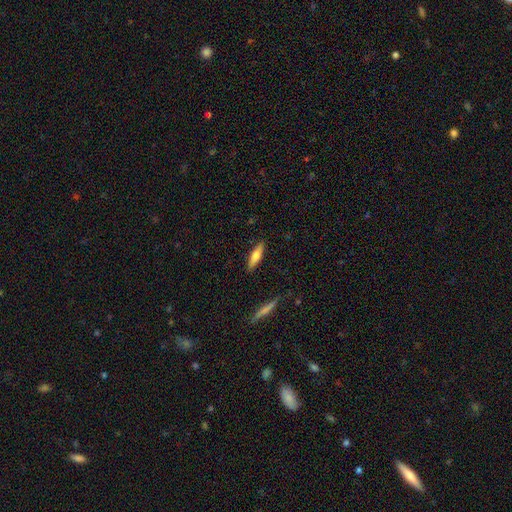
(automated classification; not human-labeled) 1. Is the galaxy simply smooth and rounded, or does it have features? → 63% smooth, 30% featured or disk, 6% star or artifact.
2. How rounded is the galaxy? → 63% cigar-shaped, 35% in between, 2% round.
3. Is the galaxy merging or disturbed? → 88% none, 9% minor disturbance, 2% major disturbance, 2% merger.